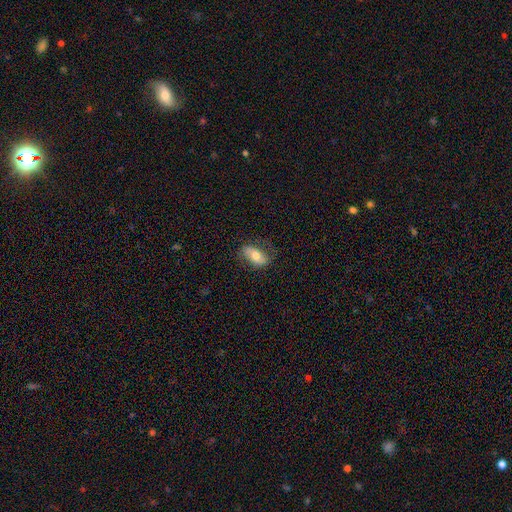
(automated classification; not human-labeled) smooth-or-featured: smooth: 58% | featured or disk: 35% | star or artifact: 7%
  how-rounded: in between: 89% | round: 6% | cigar-shaped: 5%
  merging: none: 69% | minor disturbance: 21% | major disturbance: 9% | merger: 1%